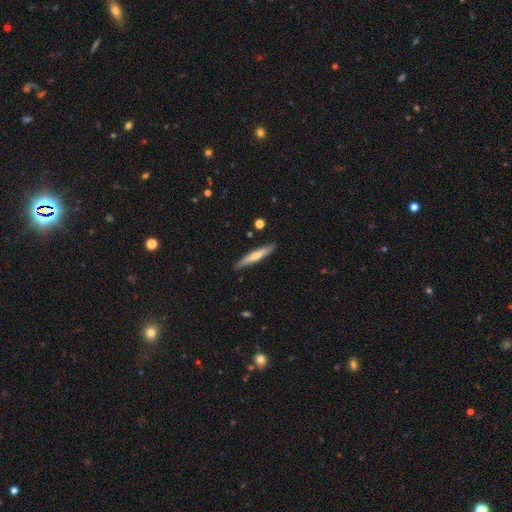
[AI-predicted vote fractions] Smooth or featured? smooth (57%)
How rounded? cigar-shaped (92%)
Merging? none (87%)